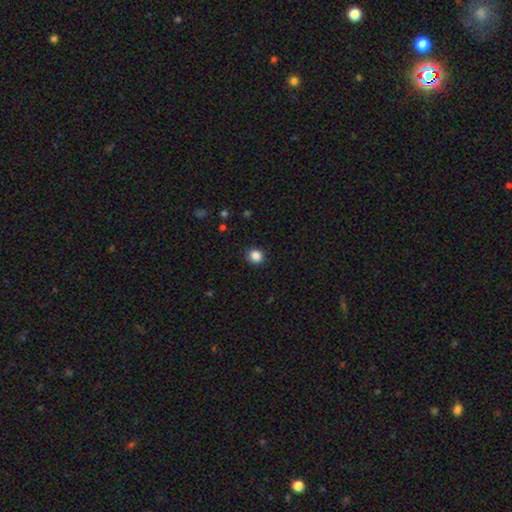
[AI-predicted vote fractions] Morphology: type=smooth (87%); roundness=round (83%); merging=none (90%).